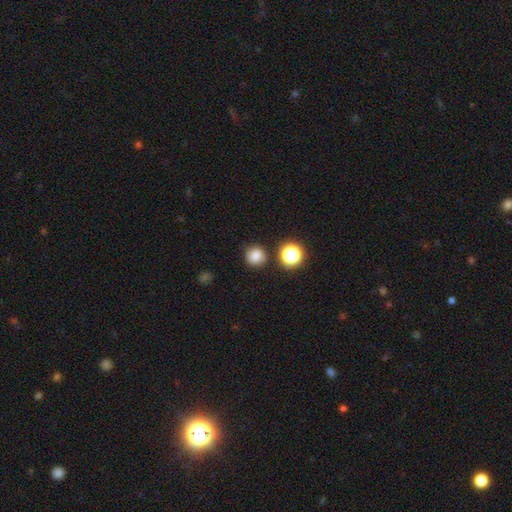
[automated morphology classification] This is likely a smooth galaxy (80%). How rounded: clearly round (90%). Merging: clearly none (83%).